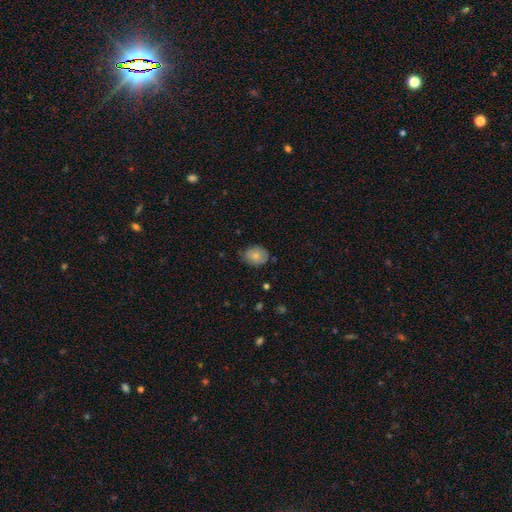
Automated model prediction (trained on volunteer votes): Q: Smooth or featured?
A: smooth (75%); runner-up: featured or disk (17%)
Q: How rounded?
A: in between (56%); runner-up: round (43%)
Q: Merging?
A: none (71%); runner-up: minor disturbance (24%)